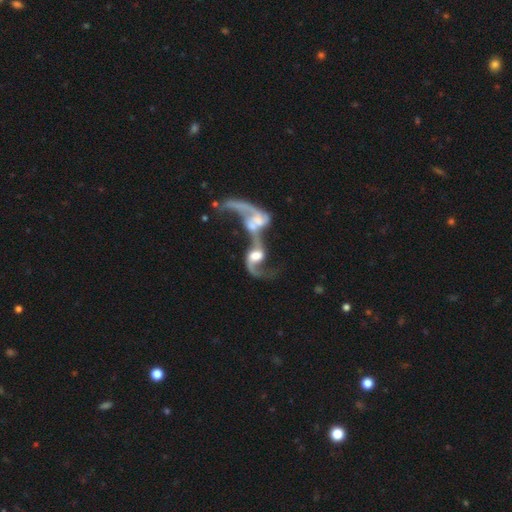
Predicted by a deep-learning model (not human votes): A featured or disk galaxy (78%) with no bar (56%), 2 (71%) loose (79%) spiral arms (84%) and a moderate central bulge (44%). Merging: merger (81%).